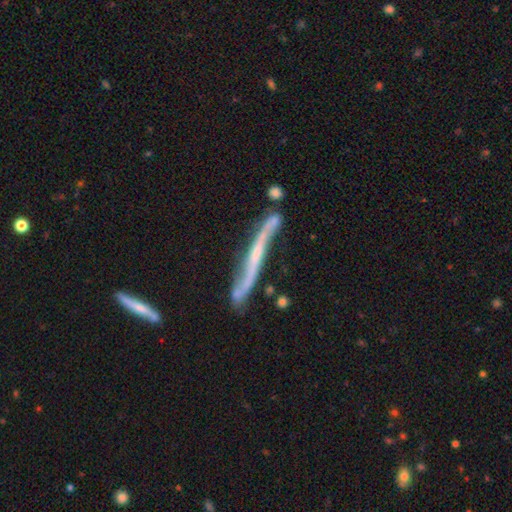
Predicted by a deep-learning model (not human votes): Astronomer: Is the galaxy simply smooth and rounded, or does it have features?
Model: featured or disk — 79%.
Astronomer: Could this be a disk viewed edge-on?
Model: yes — 76%.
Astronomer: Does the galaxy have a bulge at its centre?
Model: none — 54% (runner-up: rounded, 35%).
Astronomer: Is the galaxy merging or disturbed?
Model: none — 59%.